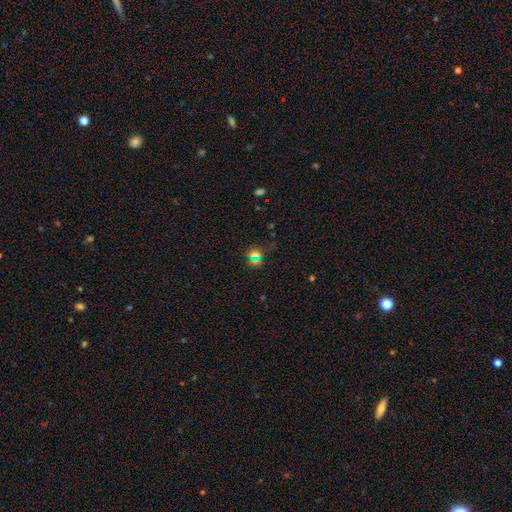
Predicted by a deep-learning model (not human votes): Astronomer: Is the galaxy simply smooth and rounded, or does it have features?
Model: smooth — 47% (runner-up: star or artifact, 43%).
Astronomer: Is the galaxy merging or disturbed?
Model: none — 71%.